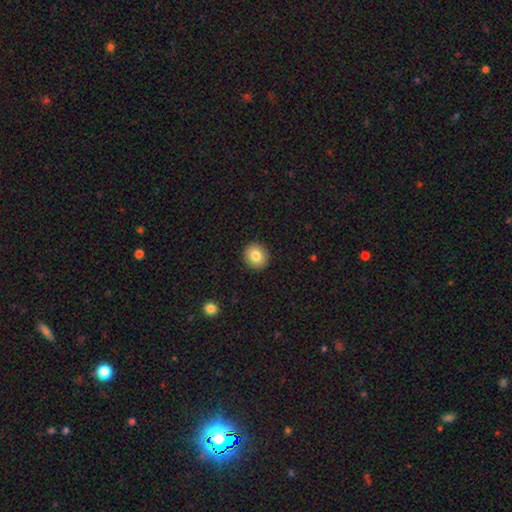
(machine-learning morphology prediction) smooth 82%, featured or disk 9%, star or artifact 9%. Down the decision tree: how rounded — round (86%); merging — none (92%).